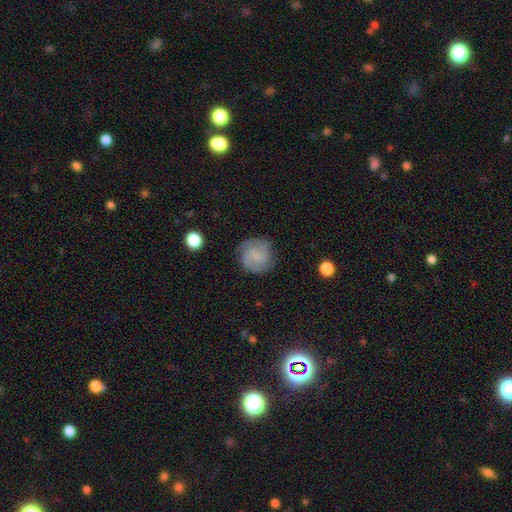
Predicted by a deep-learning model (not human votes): A featured or disk galaxy (66%) with no bar (55%), 2 (72%) tight (47%) spiral arms (95%) and a small central bulge (46%). Merging: none (80%).